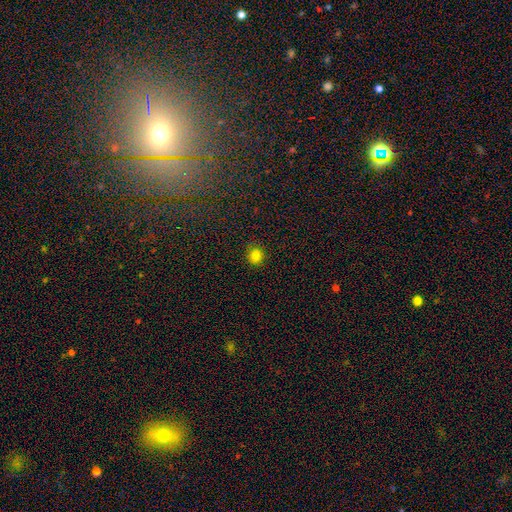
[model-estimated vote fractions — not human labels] This is clearly a smooth galaxy (82%). How rounded: likely round (69%). Merging: clearly none (85%).